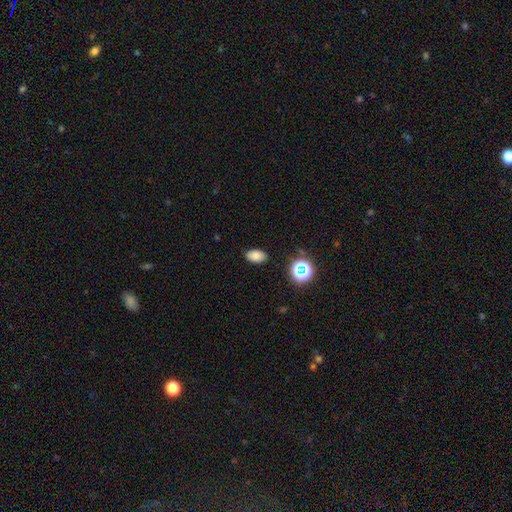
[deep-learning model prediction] Overall: smooth (78%). How rounded: in between (90%). Merging: none (87%).